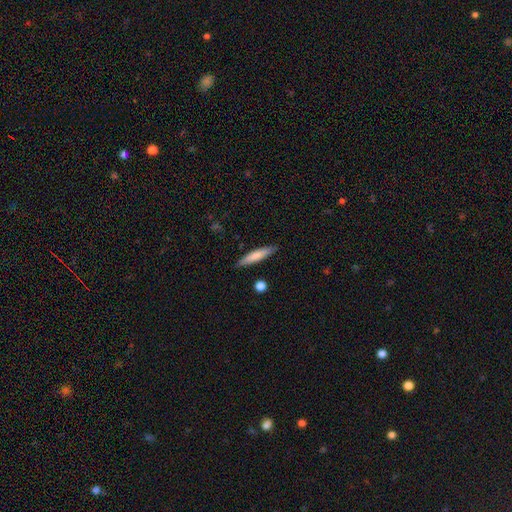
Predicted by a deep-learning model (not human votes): Smooth or featured: smooth — 72% (featured or disk — 22%)
How rounded: cigar-shaped — 90% (in between — 9%)
Merging: none — 87% (minor disturbance — 9%)